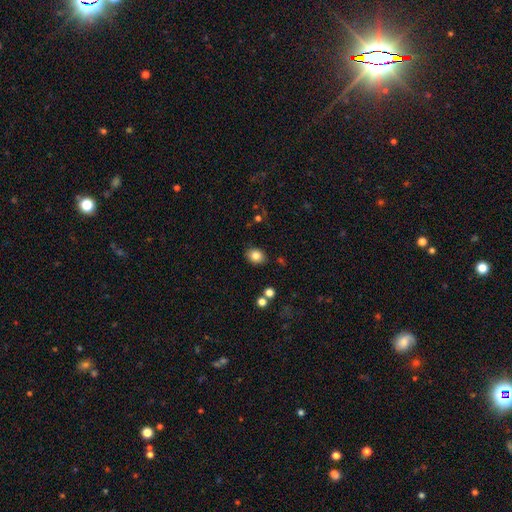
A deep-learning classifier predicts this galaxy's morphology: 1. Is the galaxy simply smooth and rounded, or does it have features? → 82% smooth, 10% star or artifact, 8% featured or disk.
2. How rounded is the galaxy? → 50% round, 49% in between, 1% cigar-shaped.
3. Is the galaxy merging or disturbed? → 86% none, 10% minor disturbance, 2% major disturbance, 2% merger.